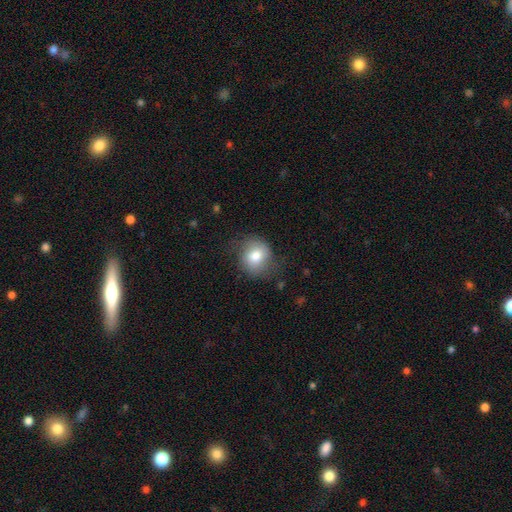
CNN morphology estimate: A smooth galaxy with no disk features (73%) that is round (70%).

Vote fractions:
- Smooth or featured? smooth: 73% / featured or disk: 19% / star or artifact: 8%
- How rounded? round: 70% / in between: 29% / cigar-shaped: 1%
- Merging? none: 64% / minor disturbance: 24% / major disturbance: 11% / merger: 1%